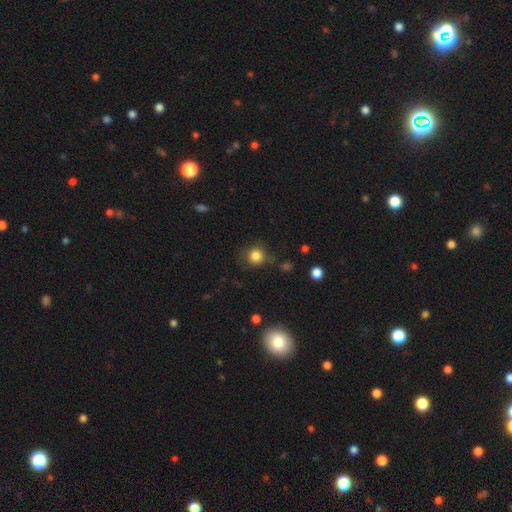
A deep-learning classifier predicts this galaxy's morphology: This appears to be a smooth galaxy with no disk features (83%) that is round (87%). Merging: none (73%).